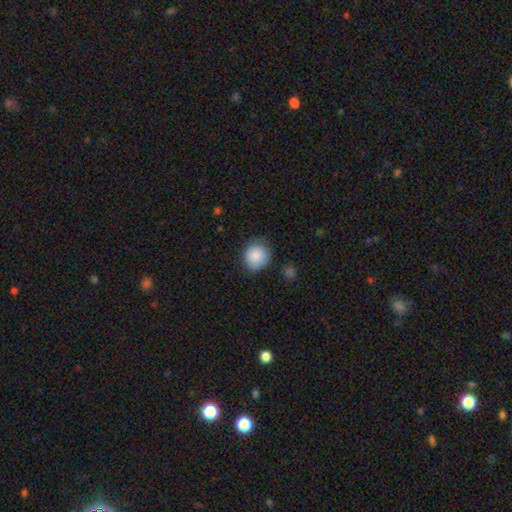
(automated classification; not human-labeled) smooth 88%, star or artifact 8%, featured or disk 5%. Down the decision tree: how rounded — round (86%); merging — none (80%).